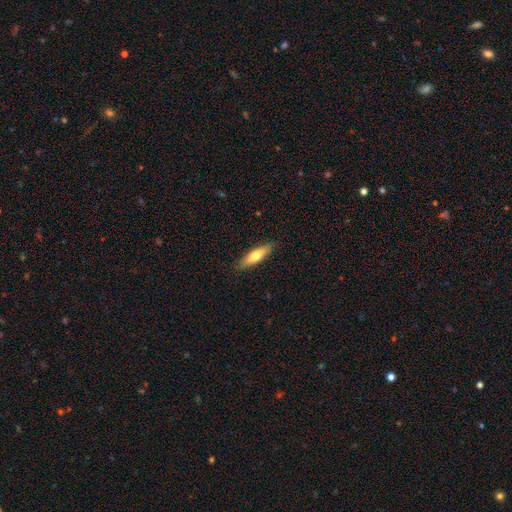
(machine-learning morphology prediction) This is likely a smooth galaxy (66%). How rounded: likely cigar-shaped (62%). Merging: clearly none (88%).